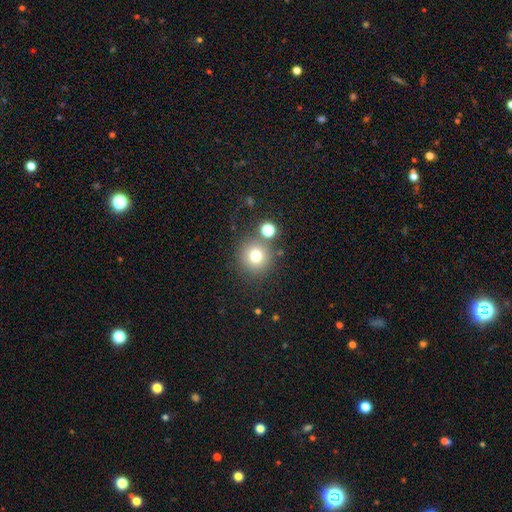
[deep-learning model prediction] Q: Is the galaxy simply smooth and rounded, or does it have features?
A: smooth — 74%.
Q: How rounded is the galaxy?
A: round — 94%.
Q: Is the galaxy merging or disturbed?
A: none — 77%.